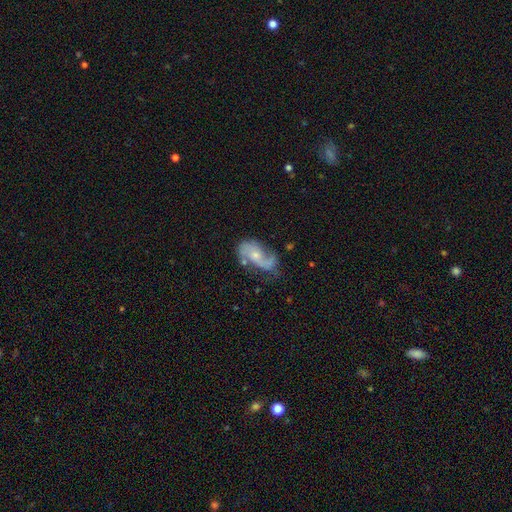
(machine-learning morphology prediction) This appears to be a featured or disk galaxy (77%) with no bar (63%), 2 (80%) loose (45%) spiral arms (92%) and a small central bulge (52%). Merging: none (54%).